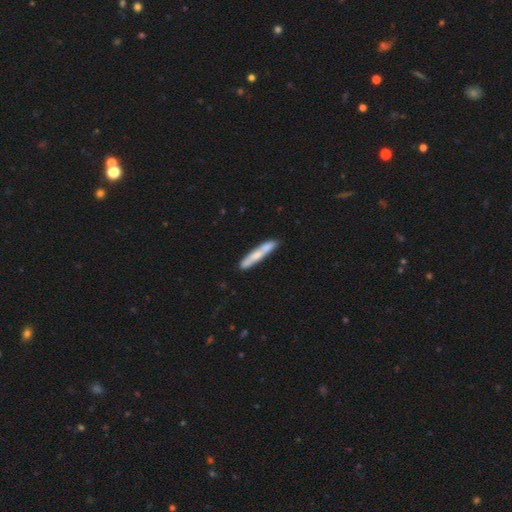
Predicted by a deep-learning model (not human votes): Overall: smooth (63%; featured or disk 32%). How rounded: cigar-shaped (92%). Merging: none (75%).